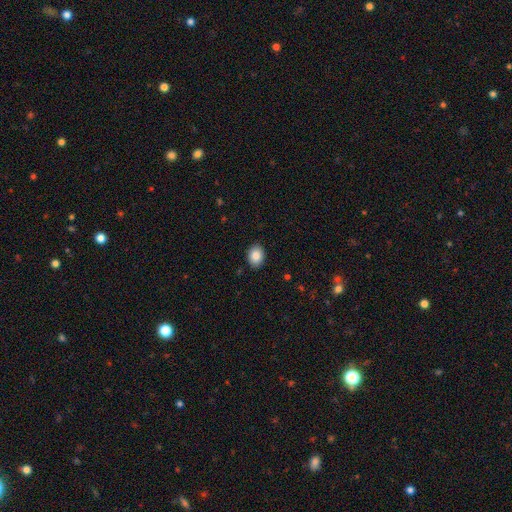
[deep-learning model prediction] Smooth or featured: smooth — 87% (star or artifact — 8%)
How rounded: in between — 69% (round — 30%)
Merging: none — 89% (minor disturbance — 8%)